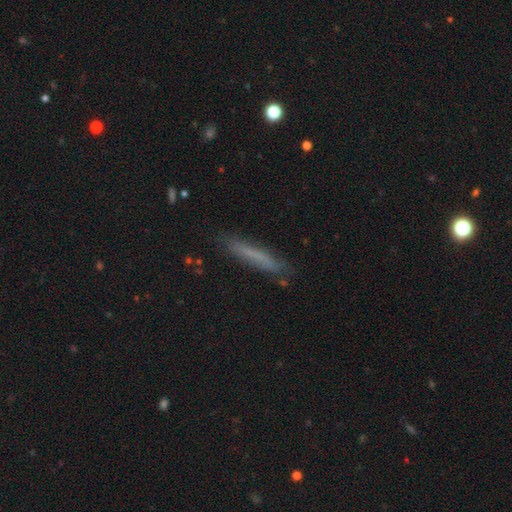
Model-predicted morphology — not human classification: A smooth galaxy with no disk features (63%) that is cigar-shaped (93%).

Vote fractions:
- Smooth or featured? smooth: 63% / featured or disk: 28% / star or artifact: 9%
- How rounded? cigar-shaped: 93% / in between: 6% / round: 1%
- Merging? none: 82% / minor disturbance: 13% / major disturbance: 3% / merger: 2%